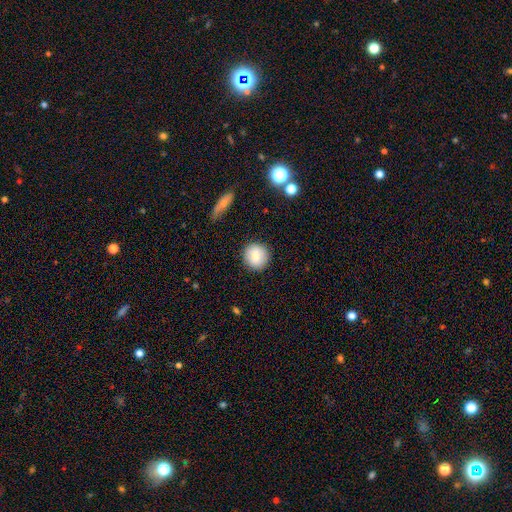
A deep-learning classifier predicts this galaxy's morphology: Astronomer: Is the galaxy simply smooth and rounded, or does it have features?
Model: smooth — 81%.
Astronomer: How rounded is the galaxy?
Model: round — 93%.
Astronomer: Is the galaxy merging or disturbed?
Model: none — 89%.